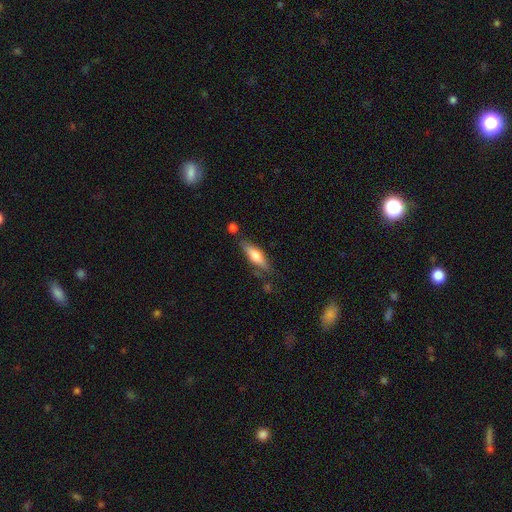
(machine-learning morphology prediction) smooth 57%, featured or disk 37%, star or artifact 6%. Down the decision tree: how rounded — cigar-shaped (57%); merging — none (72%).